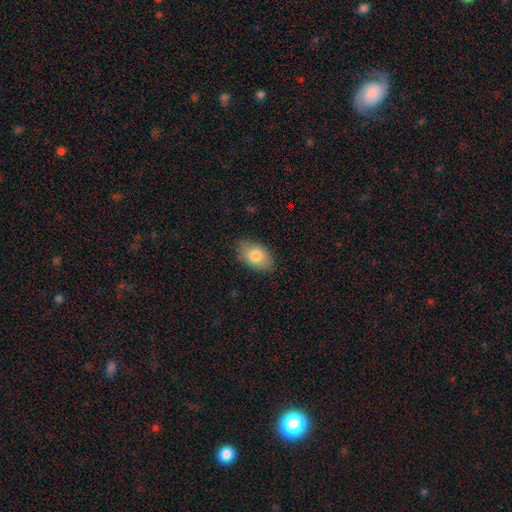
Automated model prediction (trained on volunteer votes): The model was most divided on "smooth or featured": smooth: 81%, featured or disk: 12%, star or artifact: 7%. More confident: how rounded — in between (91%); merging — none (82%).